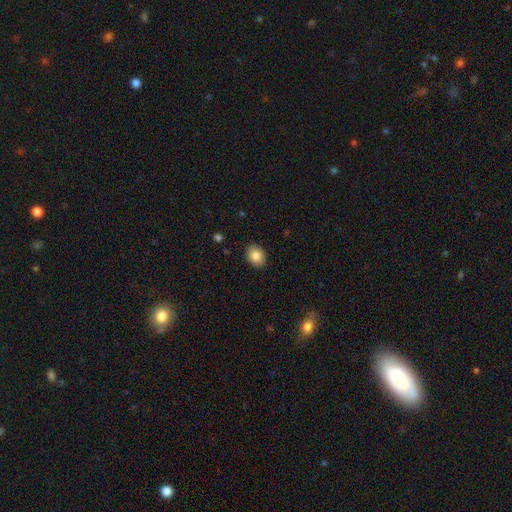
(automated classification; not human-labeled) Q: Smooth or featured?
A: smooth (84%); runner-up: star or artifact (8%)
Q: How rounded?
A: in between (59%); runner-up: round (40%)
Q: Merging?
A: none (90%); runner-up: minor disturbance (8%)